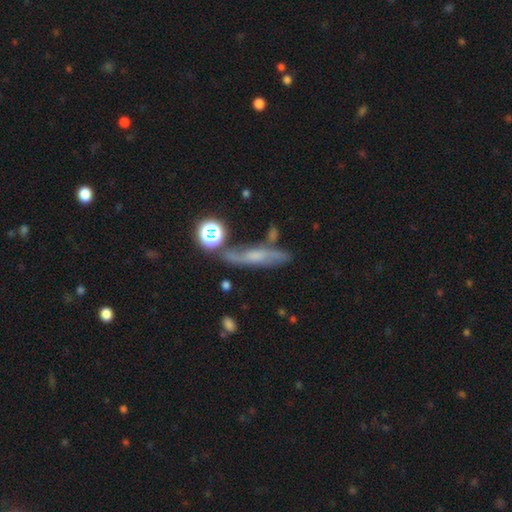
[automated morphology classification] smooth-or-featured: featured or disk: 48% | smooth: 31% | star or artifact: 21%
  merging: none: 64% | minor disturbance: 18% | merger: 10% | major disturbance: 9%